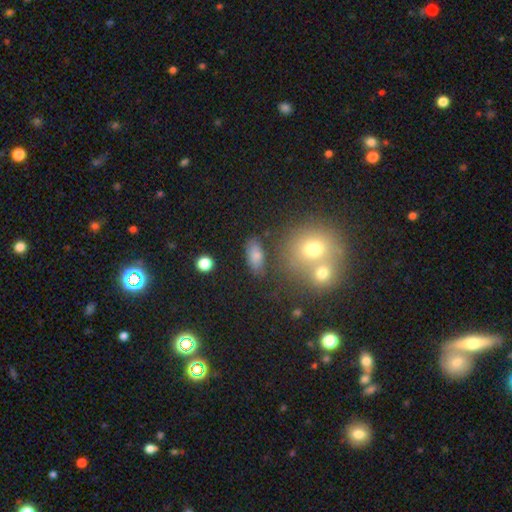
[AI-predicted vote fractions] This is likely a smooth galaxy (77%). How rounded: clearly in between (86%). Merging: likely none (74%).